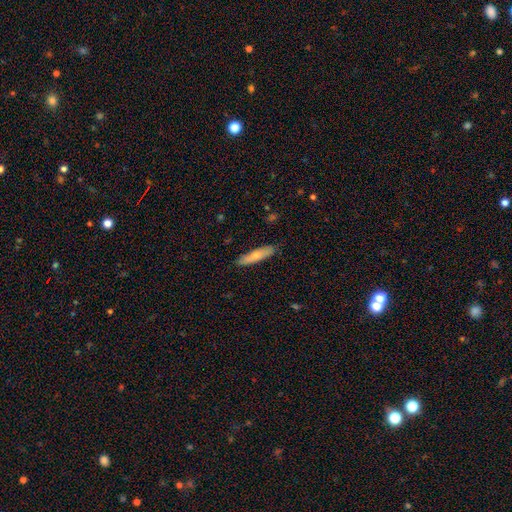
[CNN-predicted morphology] Q: Smooth or featured?
A: smooth (67%); runner-up: featured or disk (27%)
Q: How rounded?
A: cigar-shaped (81%); runner-up: in between (18%)
Q: Merging?
A: none (87%); runner-up: minor disturbance (10%)